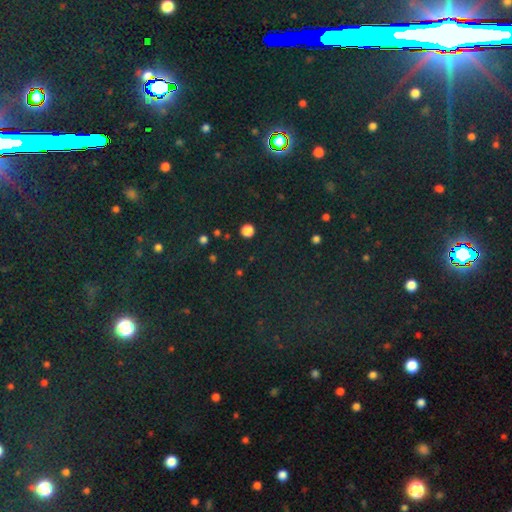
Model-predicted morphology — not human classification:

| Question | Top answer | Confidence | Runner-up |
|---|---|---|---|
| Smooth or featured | star or artifact | 77% | smooth (15%) |